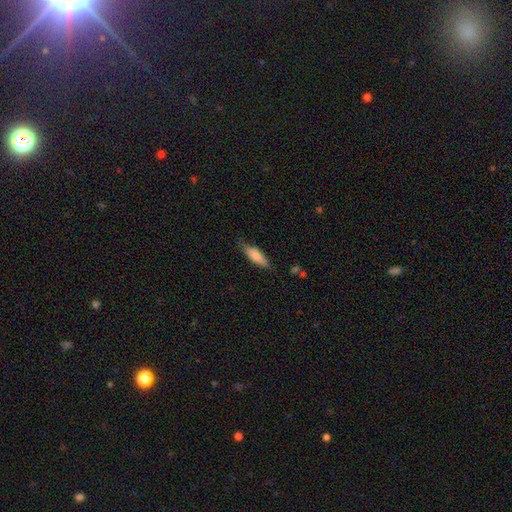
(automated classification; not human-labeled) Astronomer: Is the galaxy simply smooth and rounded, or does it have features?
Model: smooth — 73%.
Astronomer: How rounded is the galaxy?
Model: cigar-shaped — 51% (runner-up: in between, 47%).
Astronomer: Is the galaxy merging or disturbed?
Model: none — 71%.